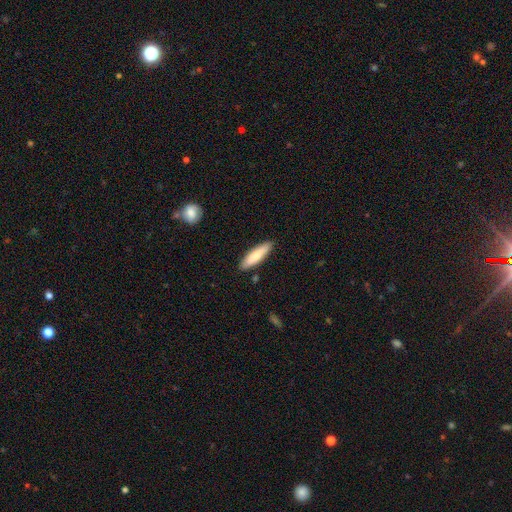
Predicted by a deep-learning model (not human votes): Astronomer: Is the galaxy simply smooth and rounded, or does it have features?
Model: smooth — 80%.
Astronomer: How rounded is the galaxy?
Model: cigar-shaped — 65%.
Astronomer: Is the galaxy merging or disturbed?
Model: none — 87%.